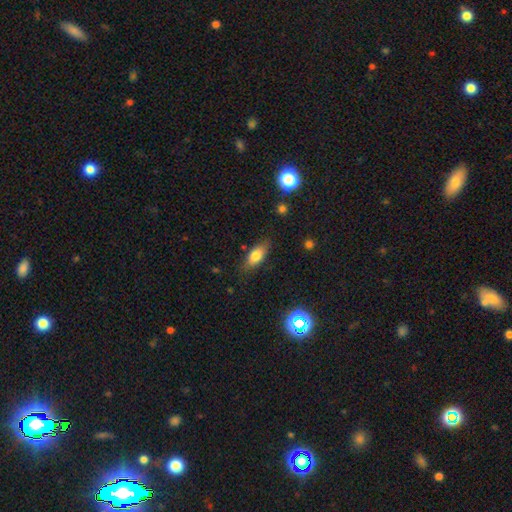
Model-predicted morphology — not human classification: Smooth or featured?
  - smooth: 76% *
  - featured or disk: 16%
  - star or artifact: 9%
How rounded?
  - in between: 80% *
  - cigar-shaped: 15%
  - round: 5%
Merging?
  - none: 80% *
  - minor disturbance: 15%
  - major disturbance: 3%
  - merger: 2%